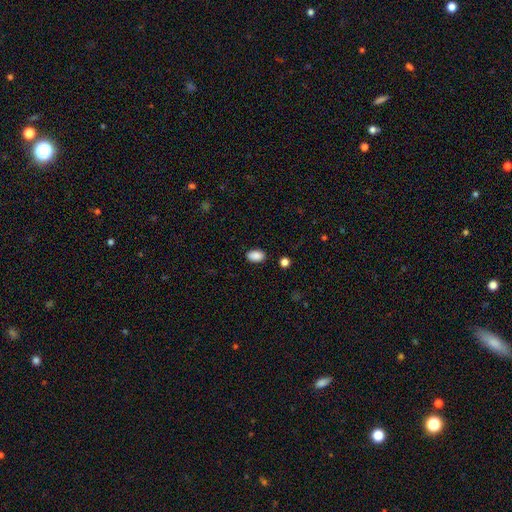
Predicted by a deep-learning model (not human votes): A smooth galaxy with no disk features (89%) that is in between round and cigar-shaped (90%).

Vote fractions:
- Smooth or featured? smooth: 89% / star or artifact: 8% / featured or disk: 3%
- How rounded? in between: 90% / round: 9% / cigar-shaped: 1%
- Merging? none: 87% / minor disturbance: 9% / major disturbance: 2% / merger: 2%